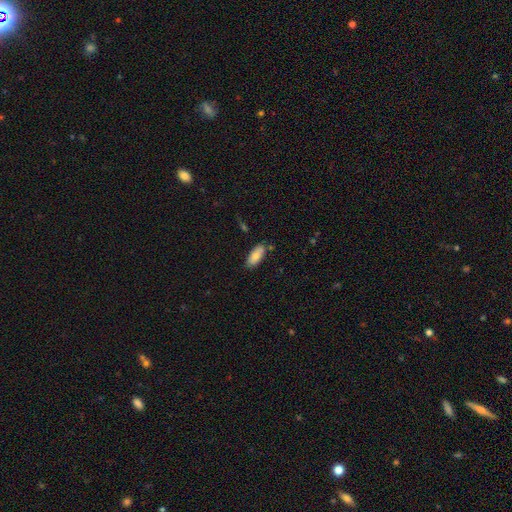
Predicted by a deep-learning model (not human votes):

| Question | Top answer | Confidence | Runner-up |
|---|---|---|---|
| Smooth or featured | smooth | 83% | featured or disk (10%) |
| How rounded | in between | 84% | cigar-shaped (14%) |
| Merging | none | 81% | minor disturbance (13%) |